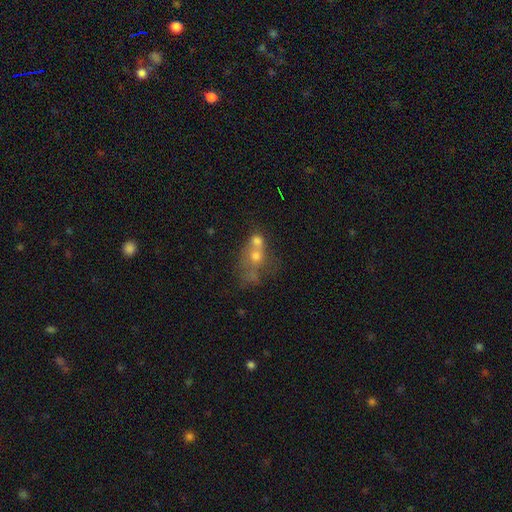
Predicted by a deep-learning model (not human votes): Smooth or featured: smooth — 51% (featured or disk — 33%)
How rounded: round — 54% (in between — 43%)
Merging: merger — 65% (none — 20%)